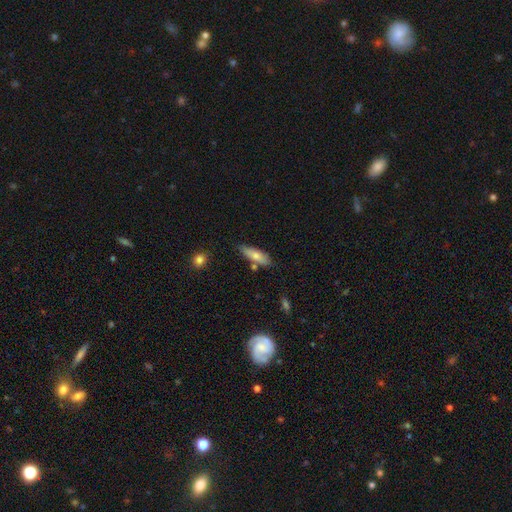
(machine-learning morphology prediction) smooth-or-featured: smooth: 73% | featured or disk: 20% | star or artifact: 7%
  how-rounded: in between: 53% | cigar-shaped: 45% | round: 2%
  merging: none: 72% | minor disturbance: 17% | merger: 7% | major disturbance: 3%